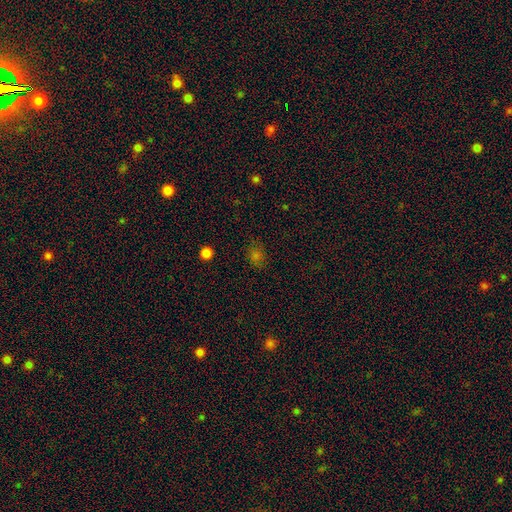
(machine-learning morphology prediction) Q: Smooth or featured?
A: smooth (65%); runner-up: star or artifact (27%)
Q: How rounded?
A: round (56%); runner-up: in between (43%)
Q: Merging?
A: none (79%); runner-up: minor disturbance (14%)